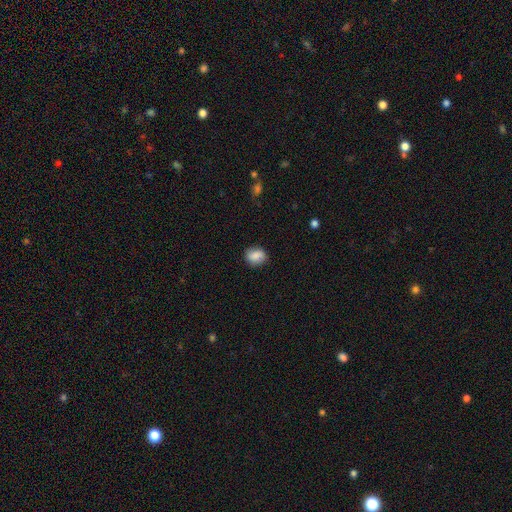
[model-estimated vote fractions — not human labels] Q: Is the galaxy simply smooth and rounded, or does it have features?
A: smooth — 84%.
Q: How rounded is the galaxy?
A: in between — 52%.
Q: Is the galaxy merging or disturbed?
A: none — 81%.